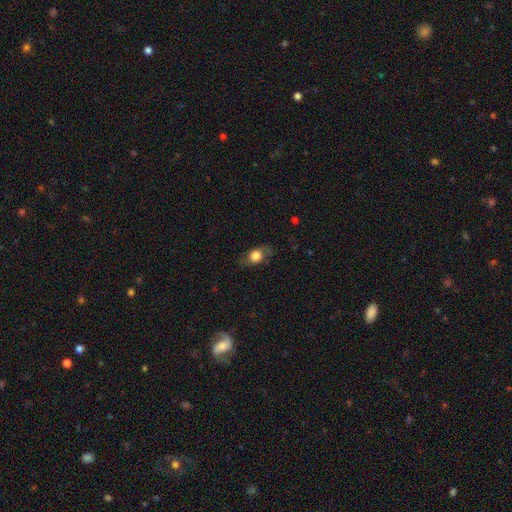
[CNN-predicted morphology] This is likely a smooth galaxy (70%). How rounded: likely in between (61%). Merging: likely none (72%).